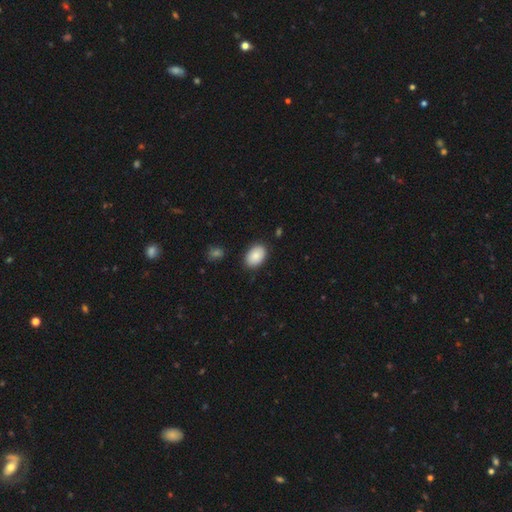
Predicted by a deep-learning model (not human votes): Smooth or featured? Predicted: smooth (p=0.88). How rounded? Predicted: in between (p=0.88). Merging? Predicted: none (p=0.86).